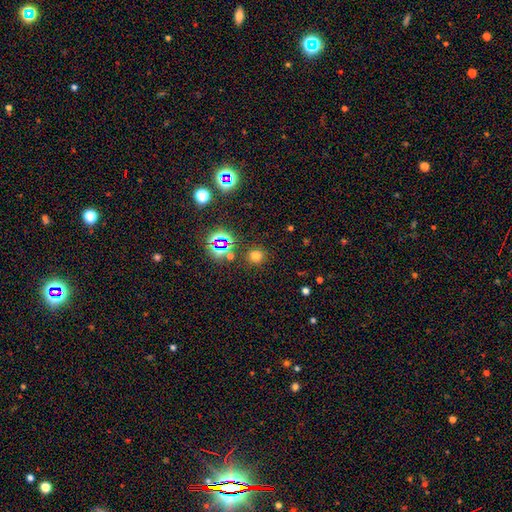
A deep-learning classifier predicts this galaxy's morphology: smooth-or-featured: smooth: 67% | star or artifact: 26% | featured or disk: 6%
  how-rounded: round: 88% | in between: 11% | cigar-shaped: 1%
  merging: none: 86% | minor disturbance: 7% | merger: 4% | major disturbance: 3%